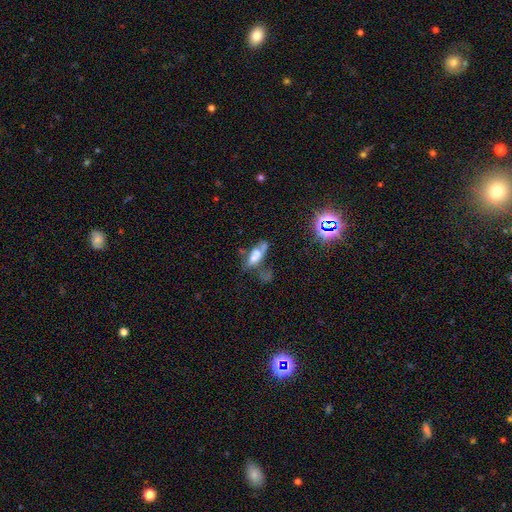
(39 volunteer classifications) Q: Smooth or featured?
A: smooth (49%); runner-up: featured or disk (41%)
Q: How rounded?
A: in between (63%); runner-up: cigar-shaped (26%)
Q: Merging?
A: merger (34%); runner-up: major disturbance (29%)